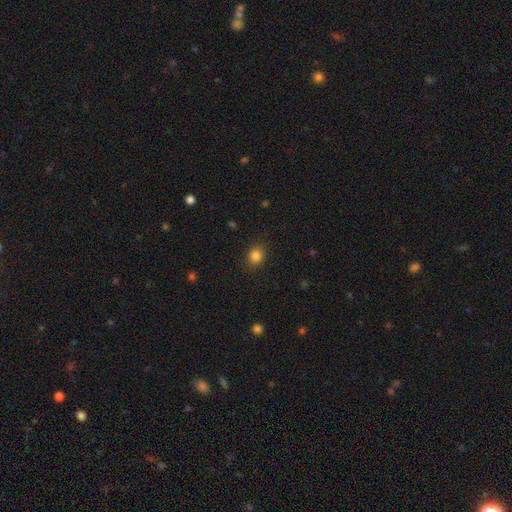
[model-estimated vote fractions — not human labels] smooth-or-featured: smooth: 84% | star or artifact: 12% | featured or disk: 4%
  how-rounded: round: 77% | in between: 22% | cigar-shaped: 1%
  merging: none: 89% | minor disturbance: 8% | major disturbance: 3% | merger: 1%